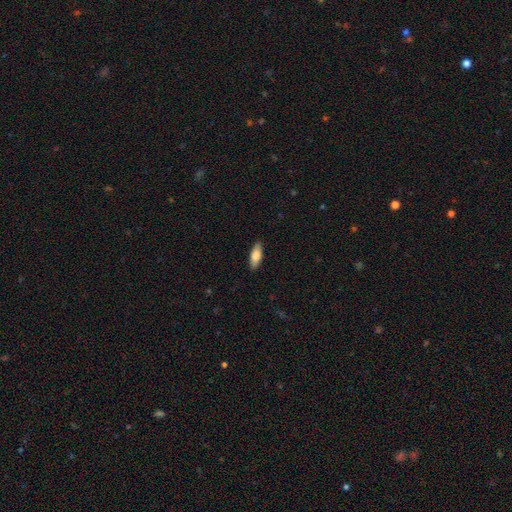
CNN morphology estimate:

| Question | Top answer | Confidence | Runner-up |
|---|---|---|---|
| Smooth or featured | smooth | 78% | featured or disk (16%) |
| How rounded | in between | 69% | cigar-shaped (29%) |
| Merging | none | 89% | minor disturbance (9%) |